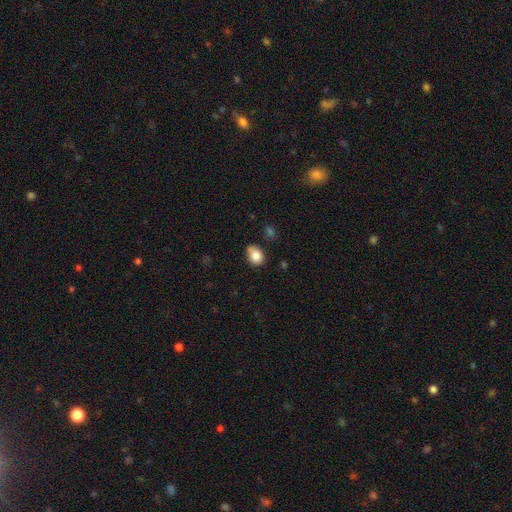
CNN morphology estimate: Smooth or featured: smooth — 83% (star or artifact — 9%)
How rounded: in between — 55% (round — 44%)
Merging: none — 56% (minor disturbance — 33%)